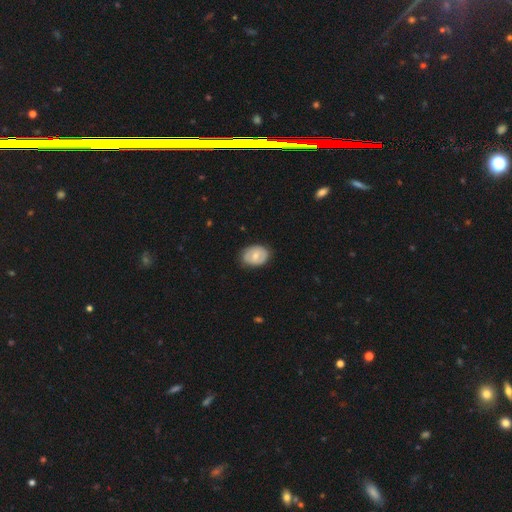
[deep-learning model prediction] A smooth galaxy with no disk features (57%) that is in between round and cigar-shaped (73%). Merging: none (80%).